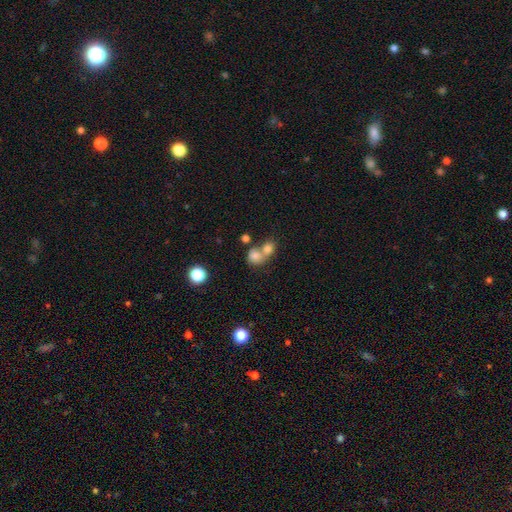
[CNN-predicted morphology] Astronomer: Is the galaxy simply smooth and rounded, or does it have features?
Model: smooth — 76%.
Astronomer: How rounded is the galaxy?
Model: round — 73%.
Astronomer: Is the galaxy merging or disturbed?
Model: merger — 61%.